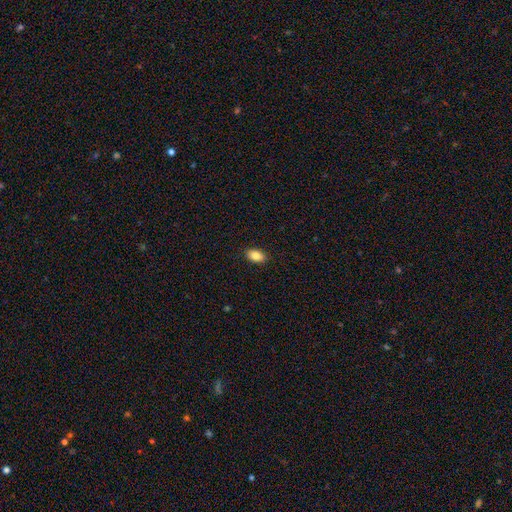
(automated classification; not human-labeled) The model was most divided on "smooth or featured": smooth: 86%, star or artifact: 8%, featured or disk: 6%. More confident: how rounded — in between (91%); merging — none (90%).